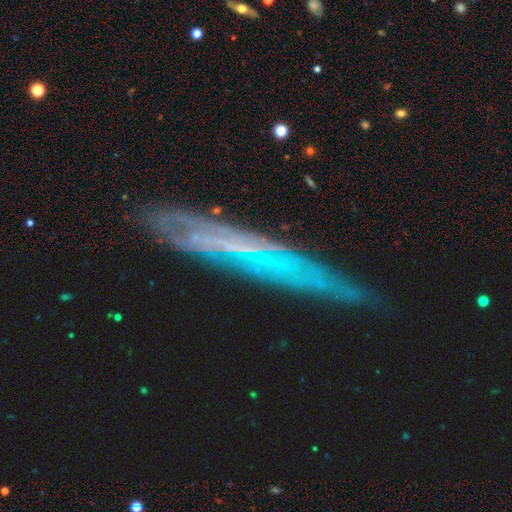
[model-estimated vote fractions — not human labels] This appears to be a featured or disk galaxy (62%) viewed edge-on (70%). Merging: none (69%).